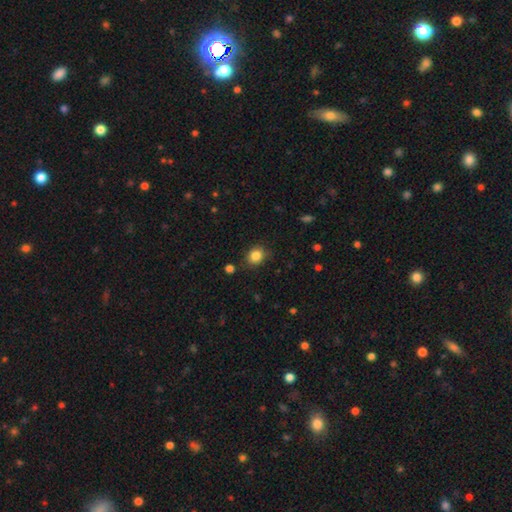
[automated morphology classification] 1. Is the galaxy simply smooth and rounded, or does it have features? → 85% smooth, 10% star or artifact, 5% featured or disk.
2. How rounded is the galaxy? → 66% round, 33% in between, 1% cigar-shaped.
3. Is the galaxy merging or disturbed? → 83% none, 12% minor disturbance, 3% major disturbance, 2% merger.